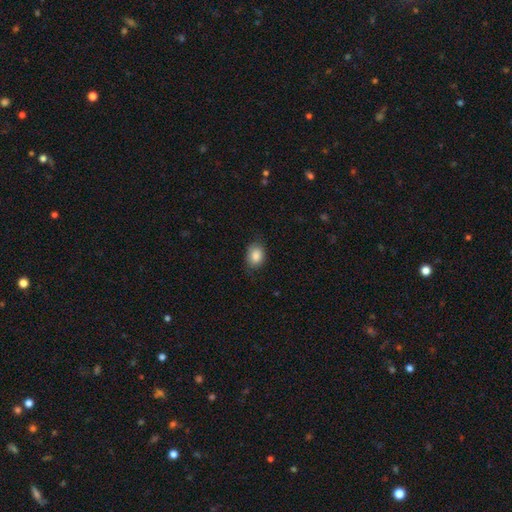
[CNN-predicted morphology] Q: Smooth or featured?
A: smooth (85%); runner-up: featured or disk (8%)
Q: How rounded?
A: in between (75%); runner-up: round (24%)
Q: Merging?
A: none (74%); runner-up: minor disturbance (21%)